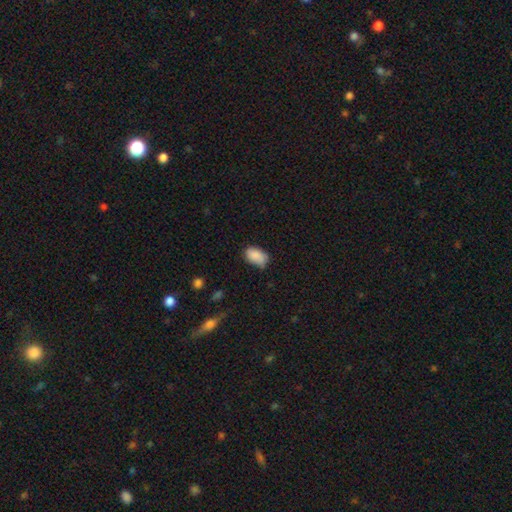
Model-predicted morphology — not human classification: smooth_or_featured: smooth (p=0.86) [alt: star or artifact p=0.07]
how_rounded: in between (p=0.91) [alt: round p=0.08]
merging: none (p=0.63) [alt: minor disturbance p=0.30]